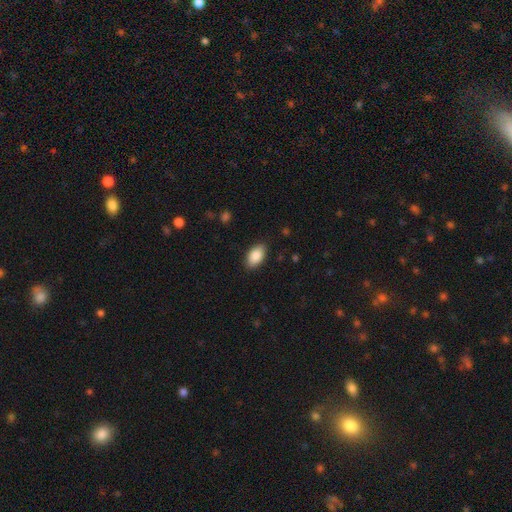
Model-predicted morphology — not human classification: This is clearly a smooth galaxy (89%). How rounded: clearly in between (94%). Merging: clearly none (87%).